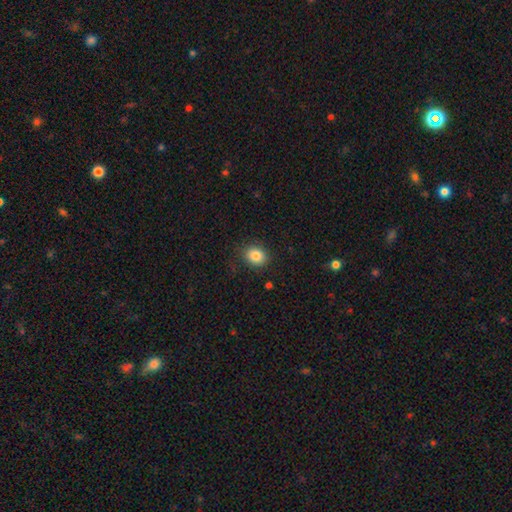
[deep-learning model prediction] Morphology: type=smooth (84%); roundness=round (60%); merging=none (84%).